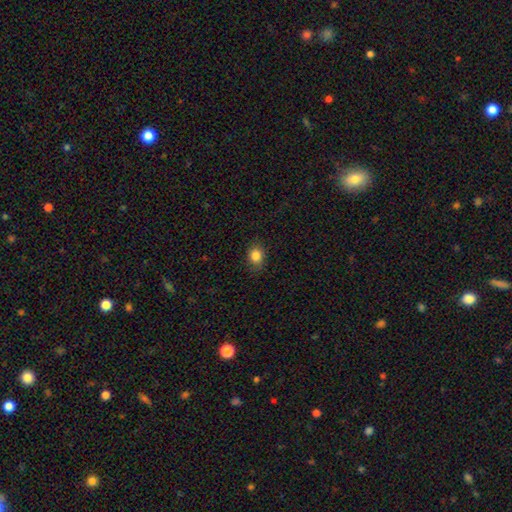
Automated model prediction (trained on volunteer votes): smooth_or_featured: smooth (p=0.85) [alt: star or artifact p=0.10]
how_rounded: round (p=0.53) [alt: in between p=0.46]
merging: none (p=0.81) [alt: minor disturbance p=0.14]